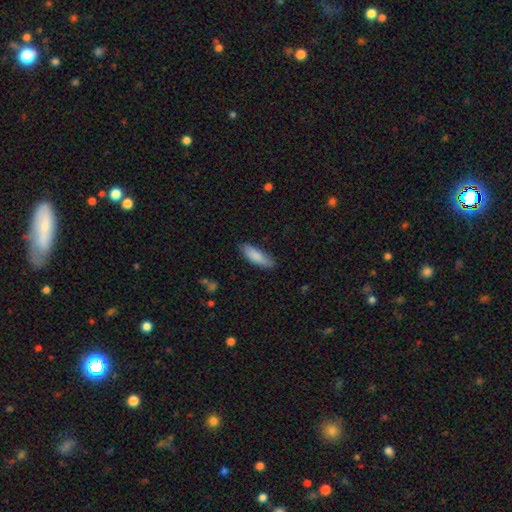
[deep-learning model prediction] A smooth galaxy with no disk features (85%) that is in between round and cigar-shaped (59%).

Vote fractions:
- Smooth or featured? smooth: 85% / featured or disk: 9% / star or artifact: 6%
- How rounded? in between: 59% / cigar-shaped: 39% / round: 2%
- Merging? none: 78% / minor disturbance: 17% / major disturbance: 3% / merger: 1%